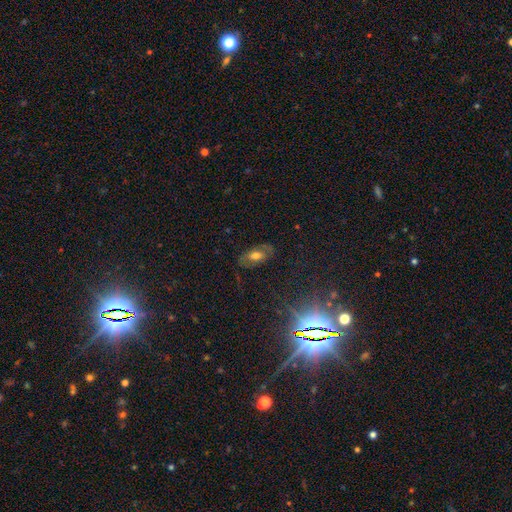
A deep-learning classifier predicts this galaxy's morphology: A smooth galaxy with no disk features (46%).

Vote fractions:
- Smooth or featured? smooth: 46% / featured or disk: 39% / star or artifact: 15%
- Merging? none: 77% / minor disturbance: 16% / major disturbance: 6% / merger: 2%